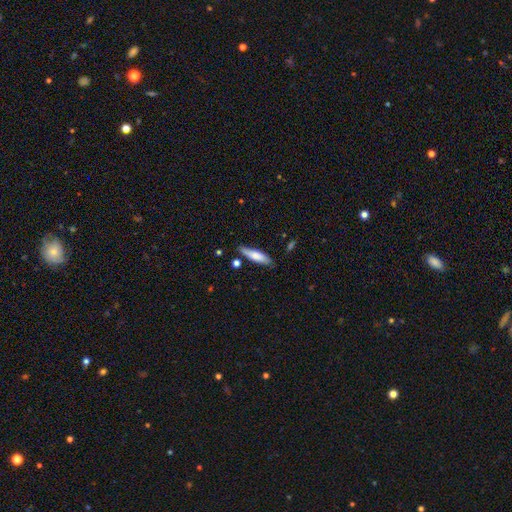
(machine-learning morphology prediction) This is likely a smooth galaxy (74%). How rounded: likely cigar-shaped (65%). Merging: likely none (74%).